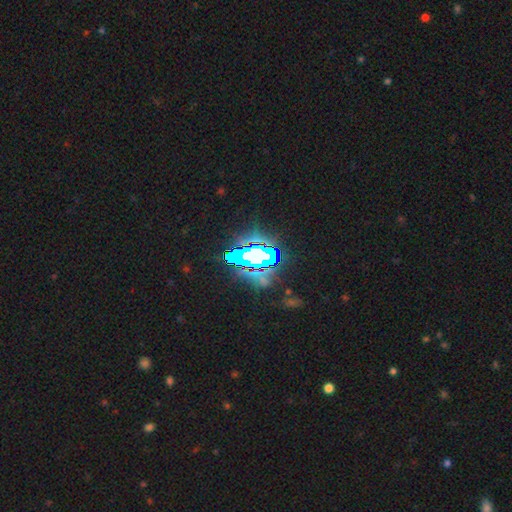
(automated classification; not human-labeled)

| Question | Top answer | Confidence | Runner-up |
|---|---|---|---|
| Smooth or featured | star or artifact | 65% | smooth (19%) |